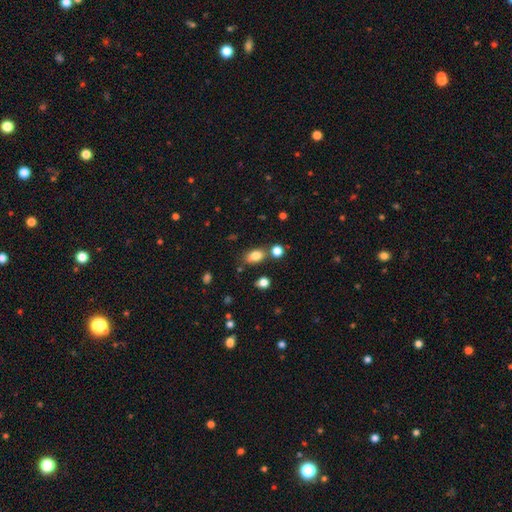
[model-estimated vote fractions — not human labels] This is clearly a smooth galaxy (81%). How rounded: clearly in between (82%). Merging: likely none (70%).